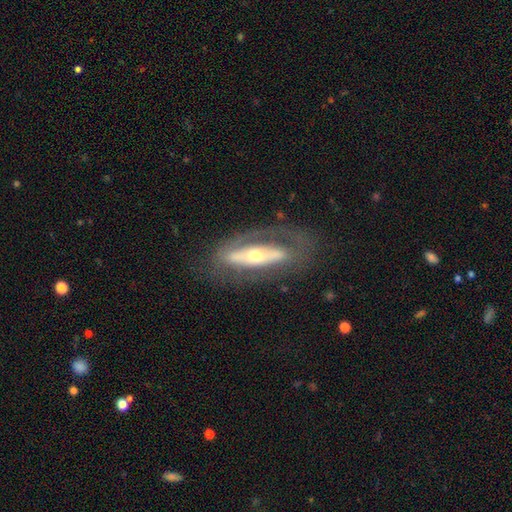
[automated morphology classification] This is likely a featured or disk galaxy (69%). It is likely not viewed edge-on (65%). Merging: likely none (63%).